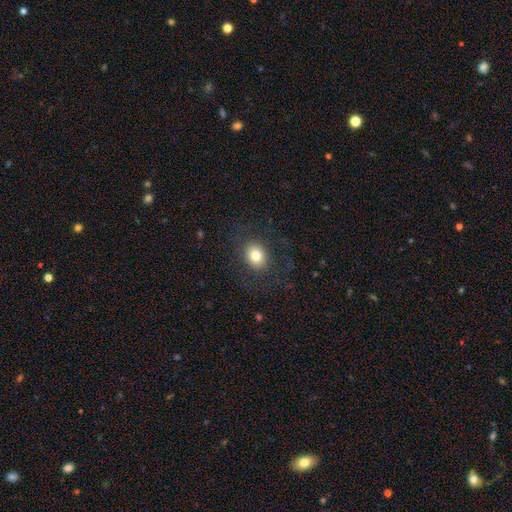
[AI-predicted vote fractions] Morphology: type=smooth (79%); roundness=round (58%); merging=none (82%).